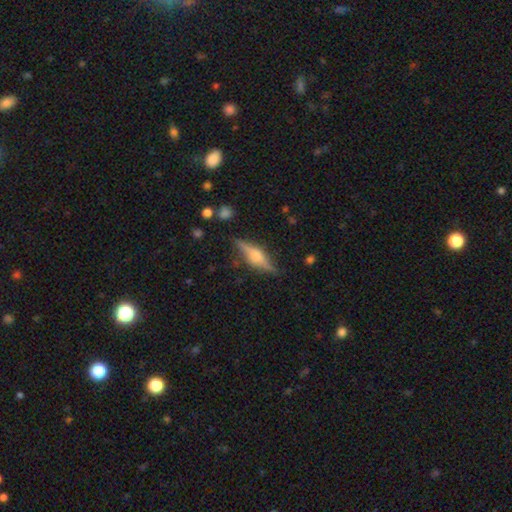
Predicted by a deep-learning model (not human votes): Overall: featured or disk (70%). Edge-on disk: yes (95%). Edge-on bulge: rounded (82%). Merging: none (81%).